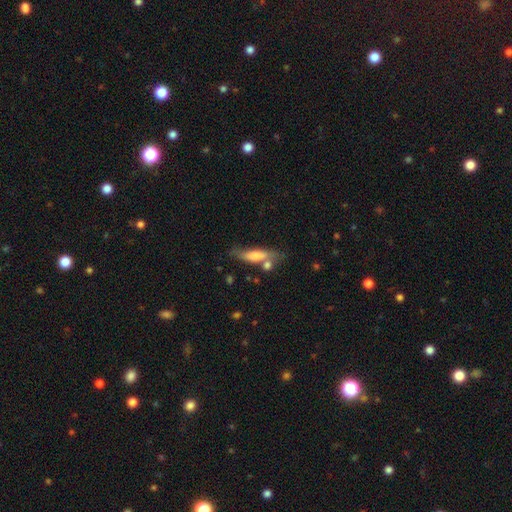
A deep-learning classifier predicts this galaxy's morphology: The model was most divided on "how rounded": cigar-shaped: 63%, in between: 34%, round: 3%. More confident: smooth or featured — smooth (63%); merging — none (52%).